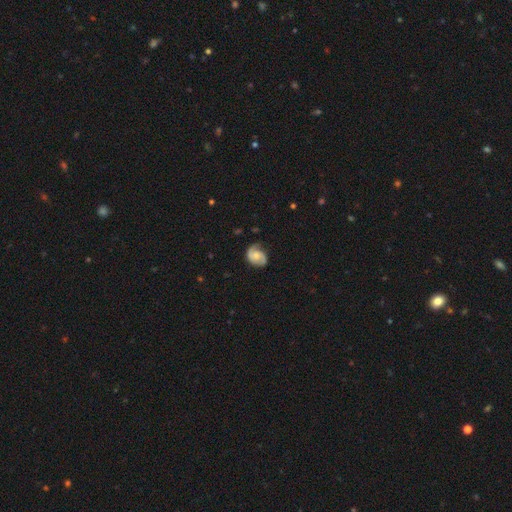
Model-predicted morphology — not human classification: type=featured or disk (69%); edge-on=no (98%); bar=no (66%); spiral arms=yes (93%); winding=medium (43%); arm count=2 (75%); bulge=moderate (43%); merging=none (65%).